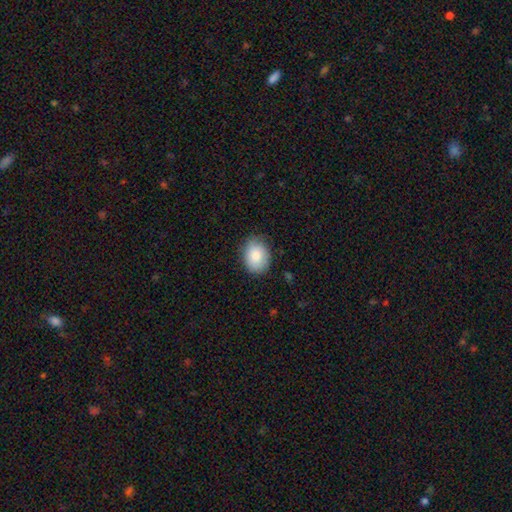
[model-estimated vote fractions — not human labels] smooth-or-featured: smooth: 84% | featured or disk: 9% | star or artifact: 7%
  how-rounded: in between: 66% | round: 33% | cigar-shaped: 1%
  merging: none: 78% | minor disturbance: 18% | major disturbance: 3% | merger: 1%